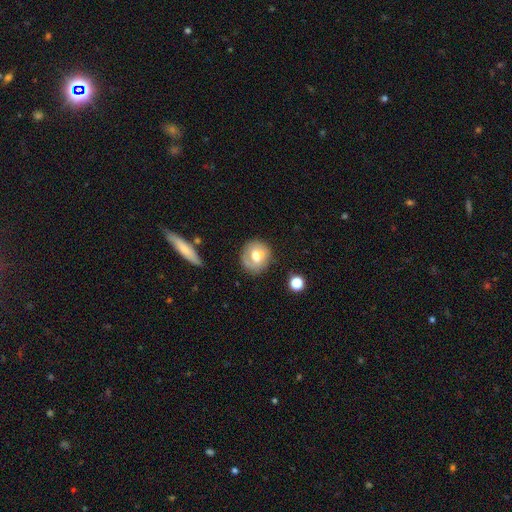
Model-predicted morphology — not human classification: type=smooth (54%); roundness=round (84%); merging=none (71%).